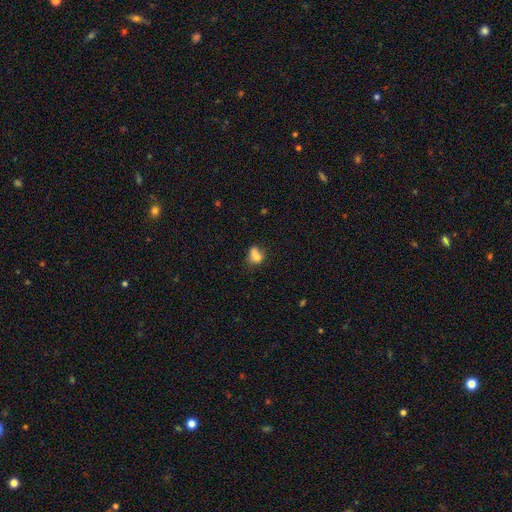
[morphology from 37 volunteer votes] Smooth or featured: smooth — 84% (featured or disk — 11%)
How rounded: in between — 55% (round — 35%)
Merging: merger — 43% (none — 20%)